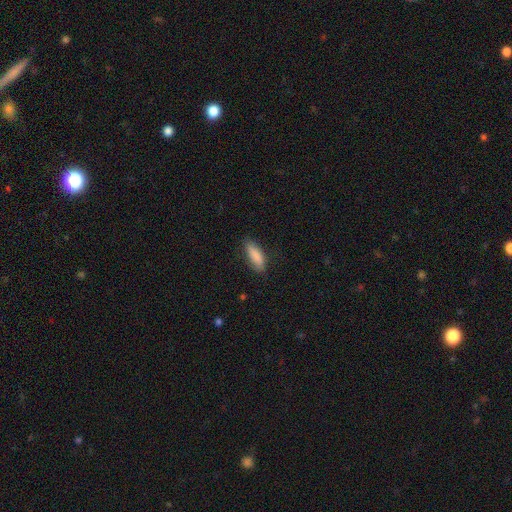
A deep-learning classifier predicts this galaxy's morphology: A smooth galaxy with no disk features (87%) that is in between round and cigar-shaped (59%). Merging: none (80%).